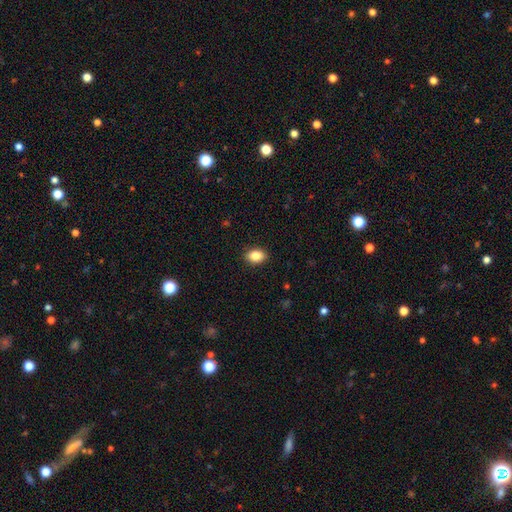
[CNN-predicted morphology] Smooth or featured? Predicted: smooth (p=0.86). How rounded? Predicted: in between (p=0.79). Merging? Predicted: none (p=0.89).